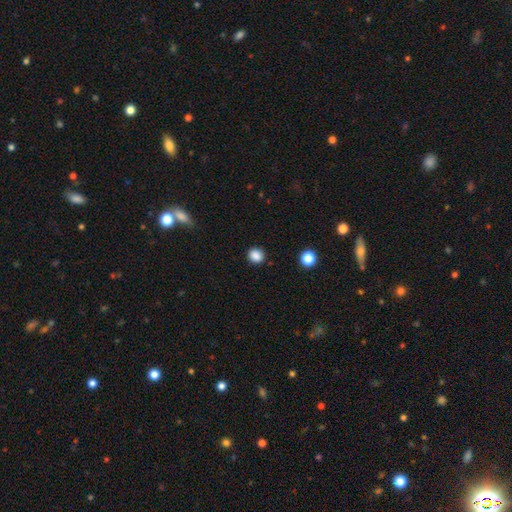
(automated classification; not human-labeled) Morphology: type=smooth (87%); roundness=round (83%); merging=none (90%).